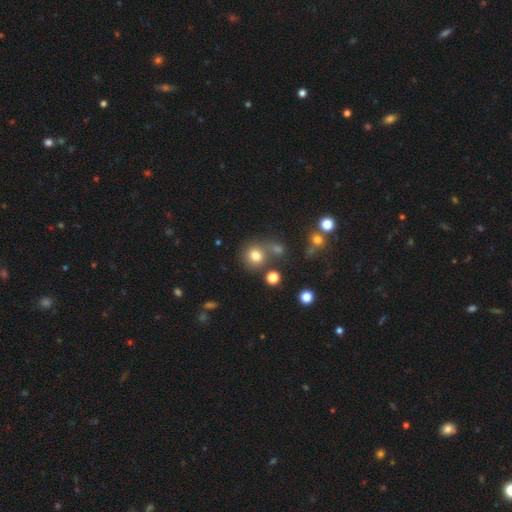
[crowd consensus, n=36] Overall: smooth (83%). How rounded: round (90%). Merging: none (46%; merger 26%).